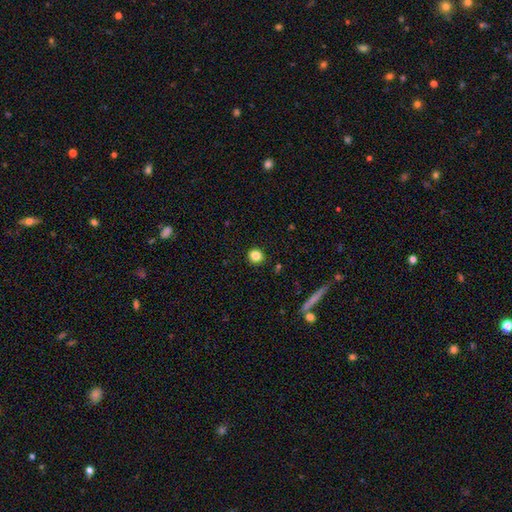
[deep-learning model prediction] Smooth or featured: smooth — 84% (star or artifact — 11%)
How rounded: round — 89% (in between — 9%)
Merging: none — 91% (minor disturbance — 6%)